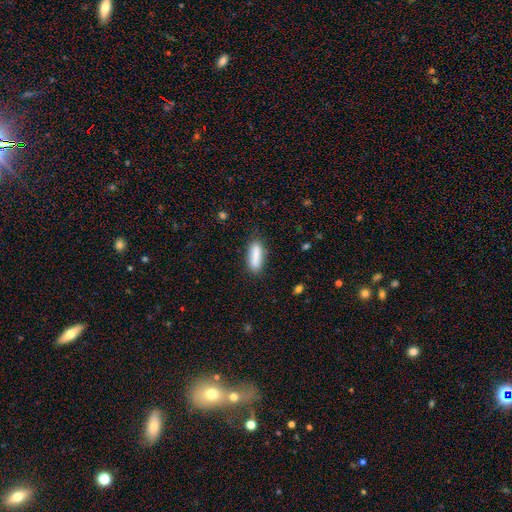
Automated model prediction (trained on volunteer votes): smooth_or_featured: smooth (p=0.84) [alt: featured or disk p=0.10]
how_rounded: in between (p=0.49) [tied with: cigar-shaped p=0.49]
merging: none (p=0.79) [alt: minor disturbance p=0.14]